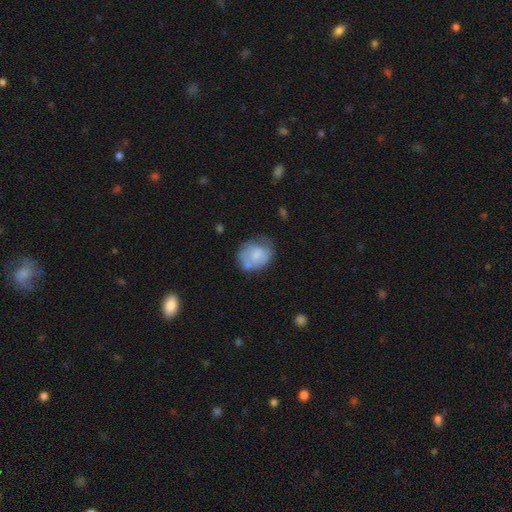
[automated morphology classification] Overall: smooth (59%; featured or disk 34%). How rounded: round (50%; in between 49%). Merging: none (45%; minor disturbance 31%).